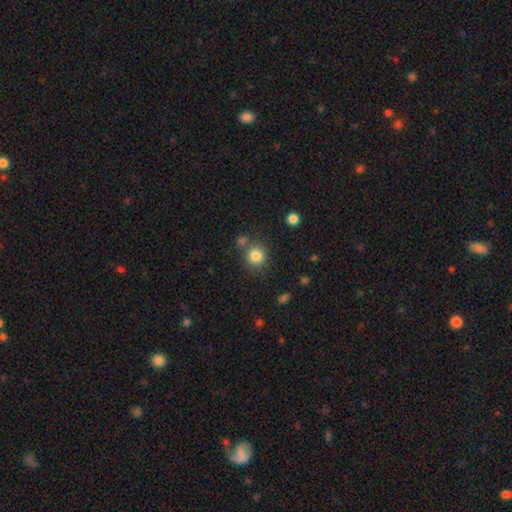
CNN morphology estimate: Overall: smooth (83%). How rounded: round (90%). Merging: none (75%).